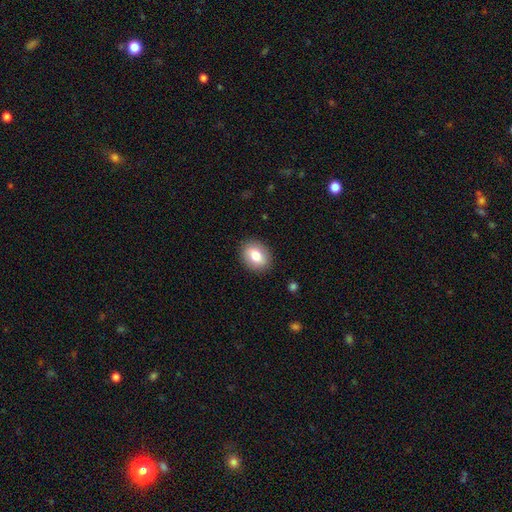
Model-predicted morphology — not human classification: Smooth or featured: smooth — 77% (featured or disk — 15%)
How rounded: in between — 57% (round — 42%)
Merging: none — 89% (minor disturbance — 8%)